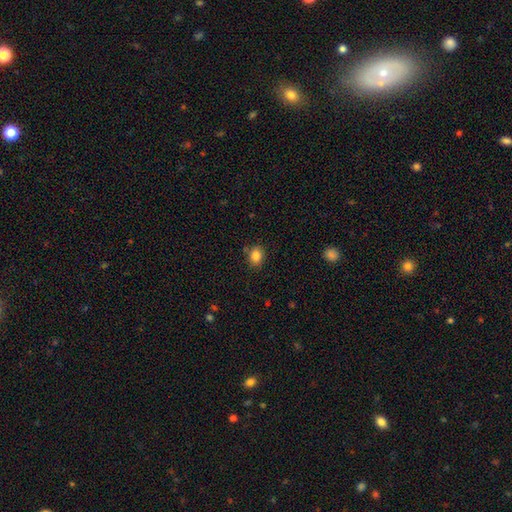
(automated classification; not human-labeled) This appears to be a smooth galaxy with no disk features (85%) that is round (54%). Merging: none (82%).